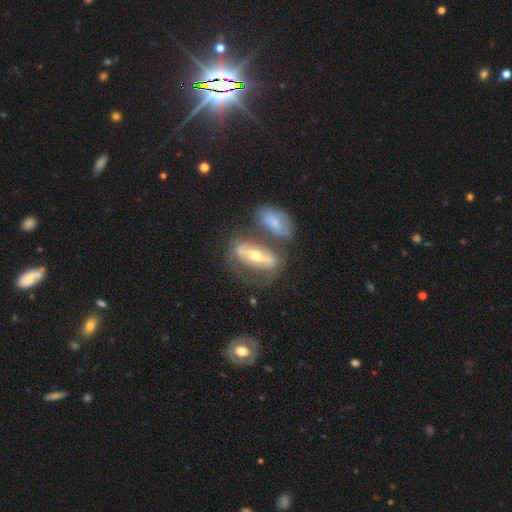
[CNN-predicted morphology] Smooth or featured? featured or disk (64%)
Edge-on disk? no (75%)
Merging? none (46%)